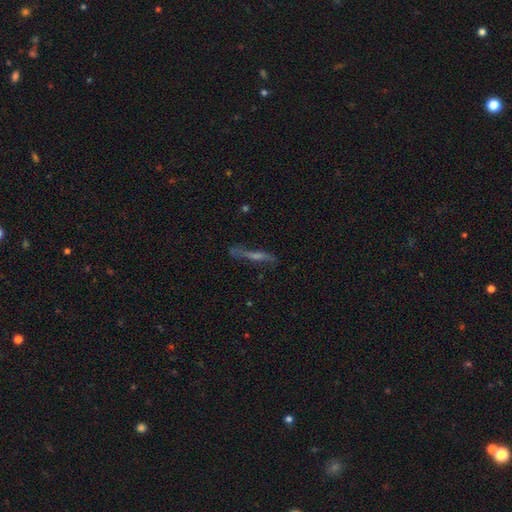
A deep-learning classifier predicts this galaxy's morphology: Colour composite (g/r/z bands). It shows a featured or disk galaxy (59%) viewed edge-on (82%). Merging: none (72%).